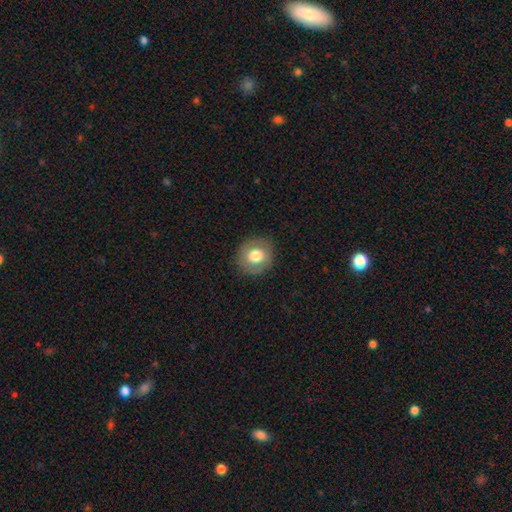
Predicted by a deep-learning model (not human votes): smooth-or-featured: smooth: 72% | featured or disk: 20% | star or artifact: 8%
  how-rounded: round: 84% | in between: 16% | cigar-shaped: 1%
  merging: none: 87% | minor disturbance: 9% | major disturbance: 3% | merger: 1%